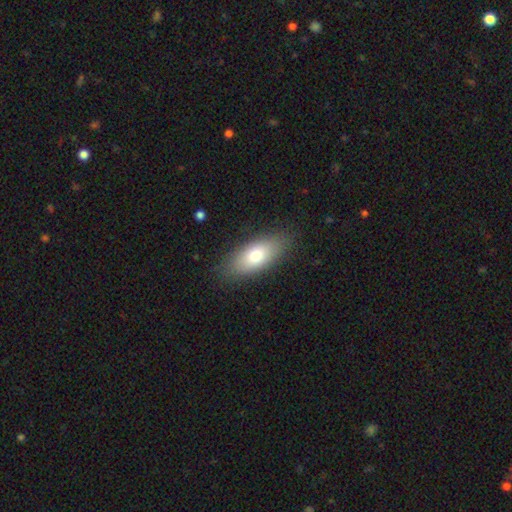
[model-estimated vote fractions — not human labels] A smooth galaxy with no disk features (74%) that is in between round and cigar-shaped (83%). Merging: none (85%).